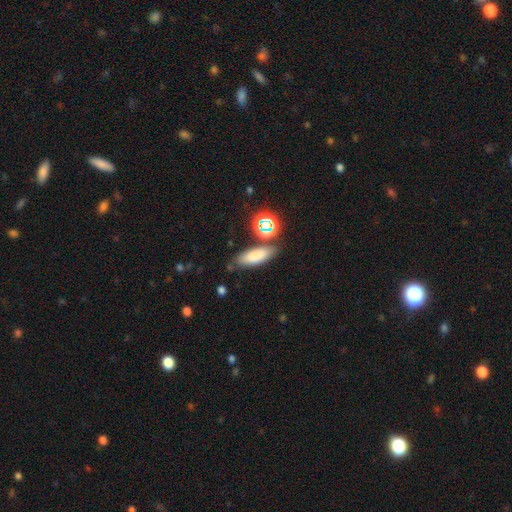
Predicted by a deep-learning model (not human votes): A smooth galaxy with no disk features (78%) that is in between round and cigar-shaped (57%). Merging: none (74%).